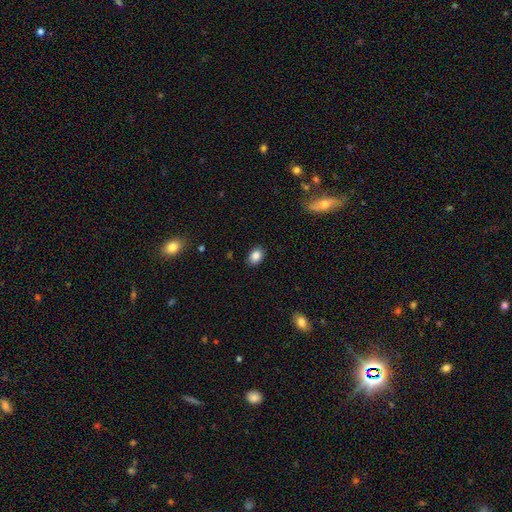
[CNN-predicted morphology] Overall: smooth (87%). How rounded: in between (78%). Merging: none (88%).